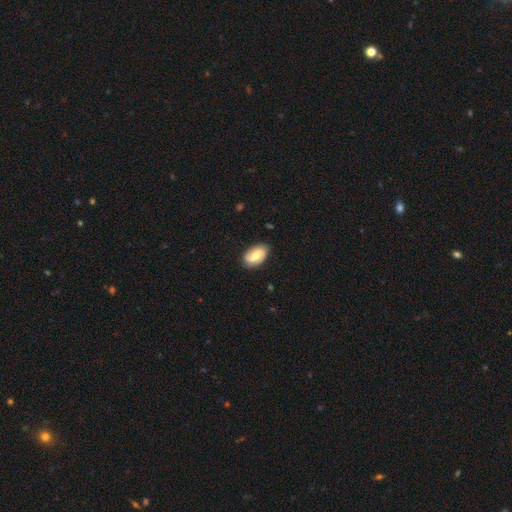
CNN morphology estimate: featured or disk 59%, smooth 34%, star or artifact 7%. Down the decision tree: edge-on disk — no (96%); bar — weak (44%); spiral arms — yes (86%); bulge size — moderate (50%); merging — none (82%).